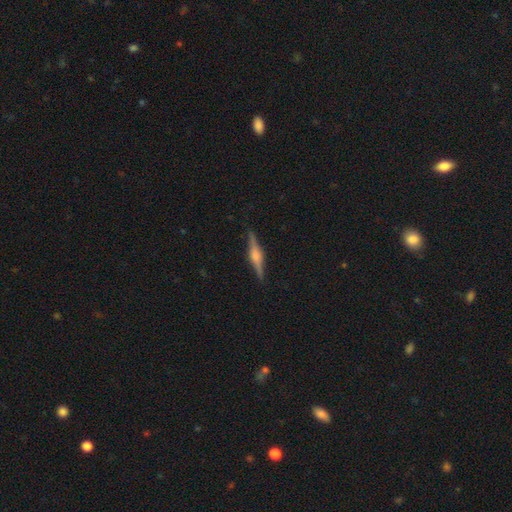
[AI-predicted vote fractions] Overall: featured or disk (77%). Edge-on disk: yes (98%). Edge-on bulge: rounded (79%). Merging: none (90%).